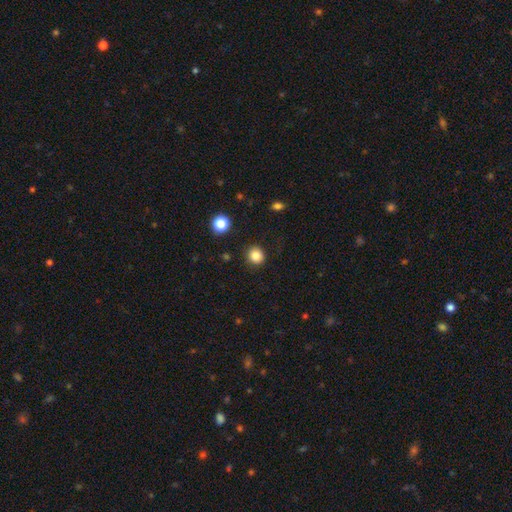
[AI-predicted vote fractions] Smooth or featured? Predicted: smooth (p=0.85). How rounded? Predicted: round (p=0.86). Merging? Predicted: none (p=0.89).